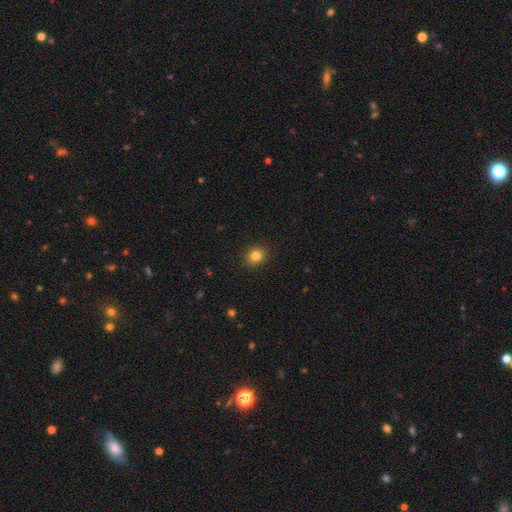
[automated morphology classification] A smooth galaxy with no disk features (83%) that is round (64%). Merging: none (89%).